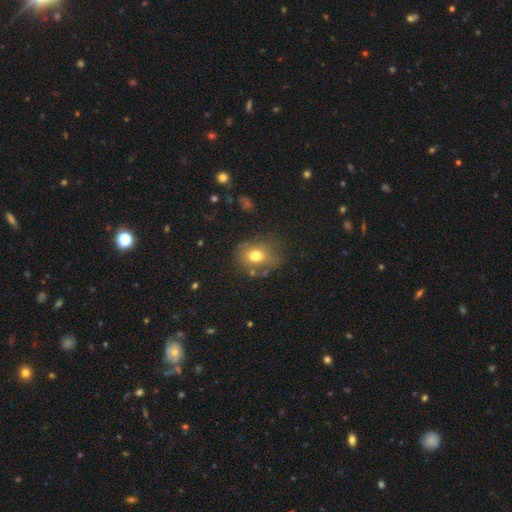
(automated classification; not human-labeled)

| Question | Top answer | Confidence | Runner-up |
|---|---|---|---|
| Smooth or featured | smooth | 72% | featured or disk (16%) |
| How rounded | round | 55% | in between (44%) |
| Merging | none | 65% | minor disturbance (21%) |